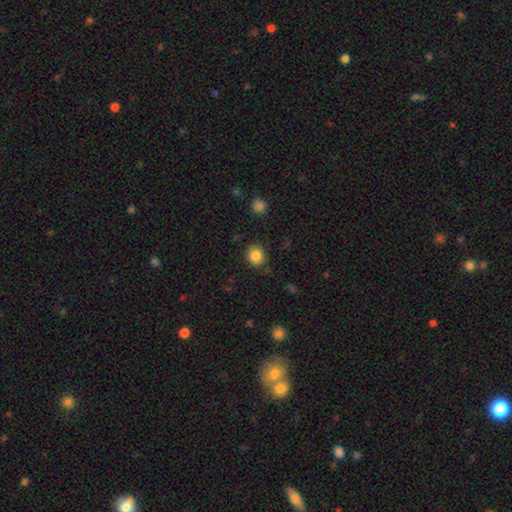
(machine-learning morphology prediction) This appears to be a smooth galaxy with no disk features (85%) that is round (82%). Merging: none (86%).